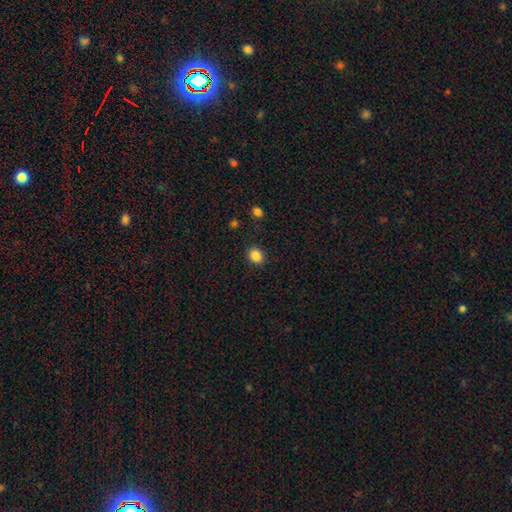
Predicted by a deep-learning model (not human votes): smooth_or_featured: smooth (p=0.86) [alt: star or artifact p=0.10]
how_rounded: round (p=0.60) [alt: in between p=0.39]
merging: none (p=0.88) [alt: minor disturbance p=0.08]